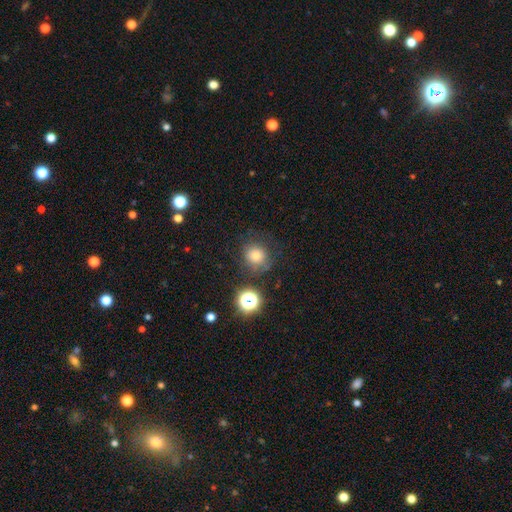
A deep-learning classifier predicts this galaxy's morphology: Smooth or featured? smooth (74%)
How rounded? round (90%)
Merging? none (74%)